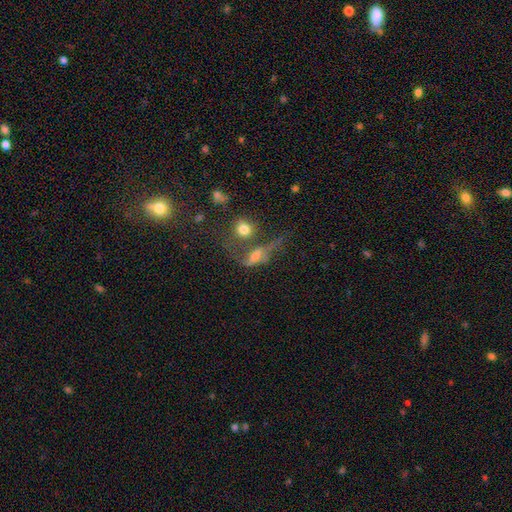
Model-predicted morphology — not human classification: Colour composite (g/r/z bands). It shows a featured or disk galaxy (42%). Merging: merger (30%).